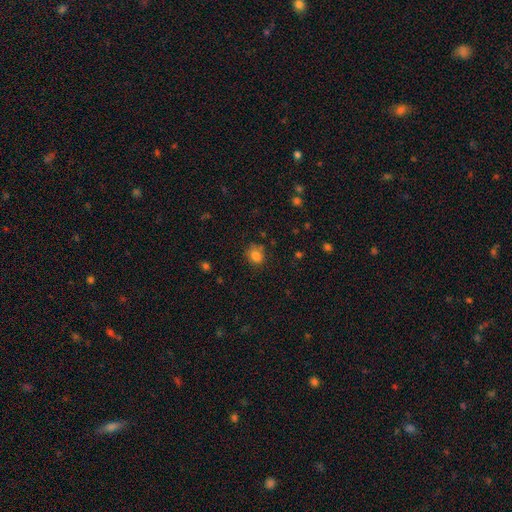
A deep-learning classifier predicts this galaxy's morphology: Smooth or featured: smooth — 81% (star or artifact — 12%)
How rounded: round — 71% (in between — 28%)
Merging: none — 73% (minor disturbance — 18%)